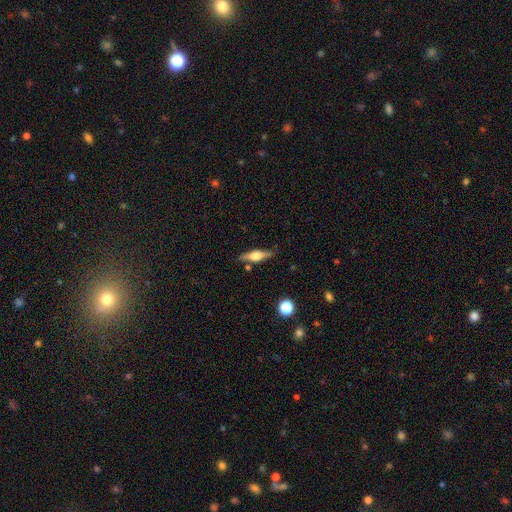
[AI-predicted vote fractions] Smooth or featured? featured or disk (63%)
Edge-on disk? yes (95%)
Edge-on bulge? rounded (88%)
Merging? none (82%)